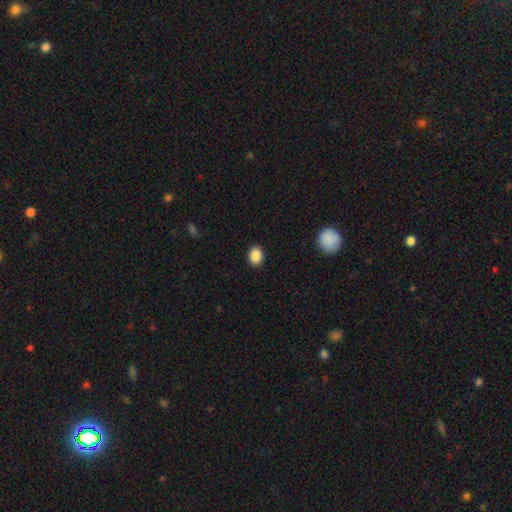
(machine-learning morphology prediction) Overall: smooth (88%). How rounded: round (51%; in between 48%). Merging: none (91%).